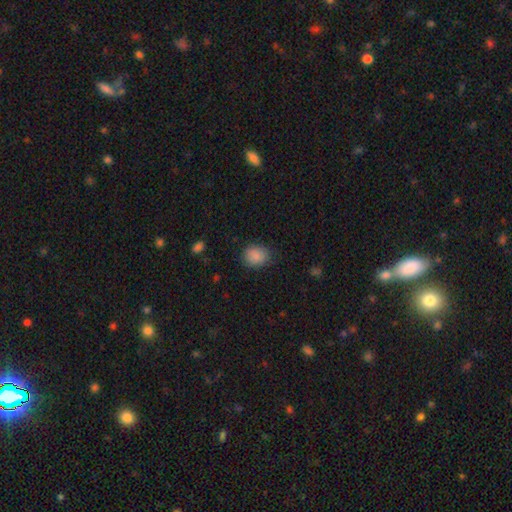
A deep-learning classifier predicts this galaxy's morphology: Overall: smooth (88%). How rounded: round (61%; in between 38%). Merging: none (80%).